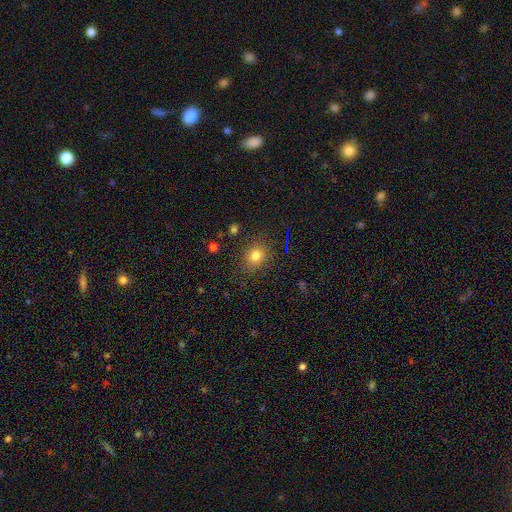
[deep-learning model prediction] Smooth or featured: smooth — 78% (star or artifact — 14%)
How rounded: in between — 49% (tied with round — 49%)
Merging: none — 83% (minor disturbance — 12%)